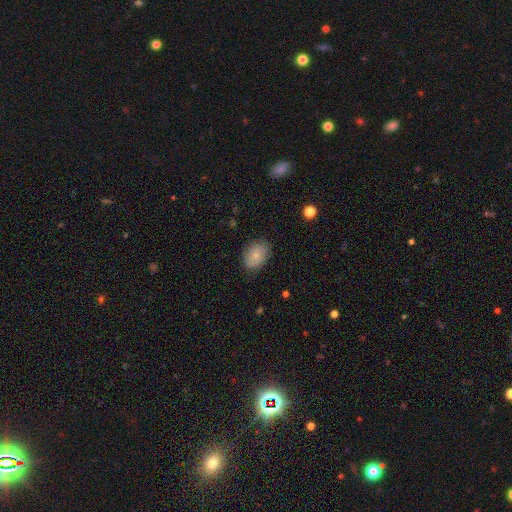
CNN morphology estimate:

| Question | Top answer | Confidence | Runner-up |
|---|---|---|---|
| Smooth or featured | smooth | 80% | featured or disk (12%) |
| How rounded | in between | 76% | round (23%) |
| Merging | none | 82% | minor disturbance (13%) |